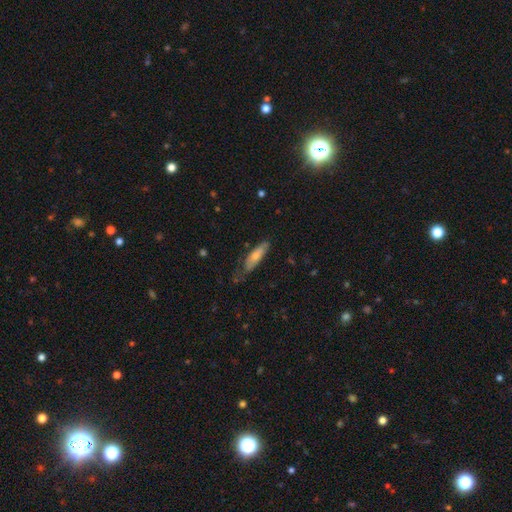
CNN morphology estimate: smooth_or_featured: smooth (p=0.68) [alt: featured or disk p=0.27]
how_rounded: cigar-shaped (p=0.57) [alt: in between p=0.41]
merging: none (p=0.51) [alt: minor disturbance p=0.33]